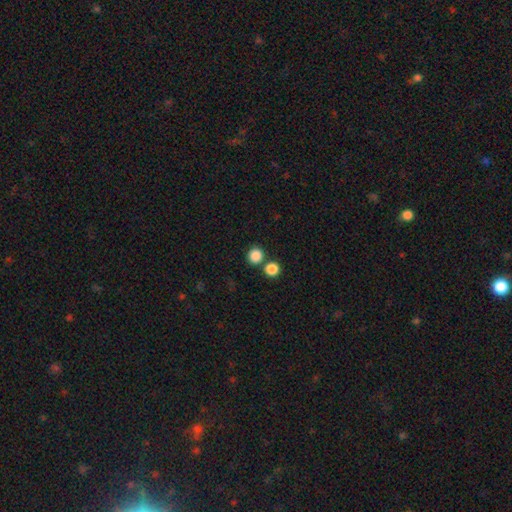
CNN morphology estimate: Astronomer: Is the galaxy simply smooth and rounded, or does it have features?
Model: smooth — 85%.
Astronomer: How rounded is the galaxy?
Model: round — 91%.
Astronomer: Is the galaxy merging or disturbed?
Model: none — 74%.